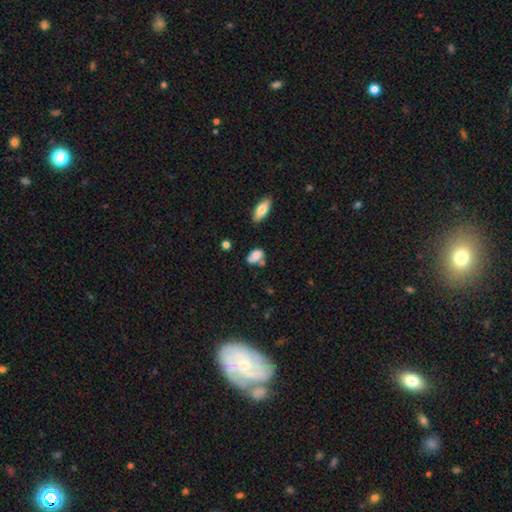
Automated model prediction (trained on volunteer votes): smooth 75%, featured or disk 17%, star or artifact 9%. Down the decision tree: how rounded — in between (81%); merging — none (46%).